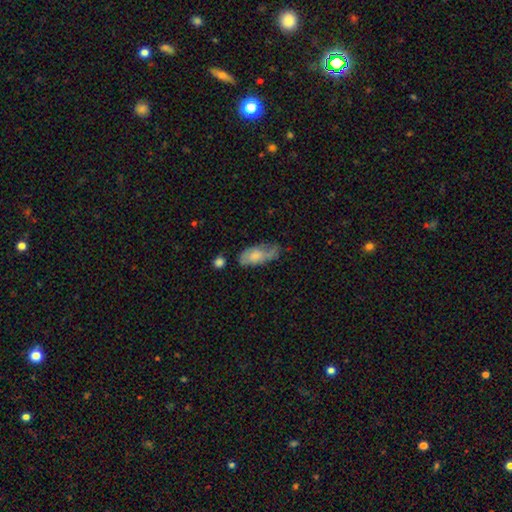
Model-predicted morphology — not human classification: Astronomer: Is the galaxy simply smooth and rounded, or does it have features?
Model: smooth — 64%.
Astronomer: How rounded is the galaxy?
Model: in between — 88%.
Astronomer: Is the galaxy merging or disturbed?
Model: none — 42% (runner-up: minor disturbance, 37%).